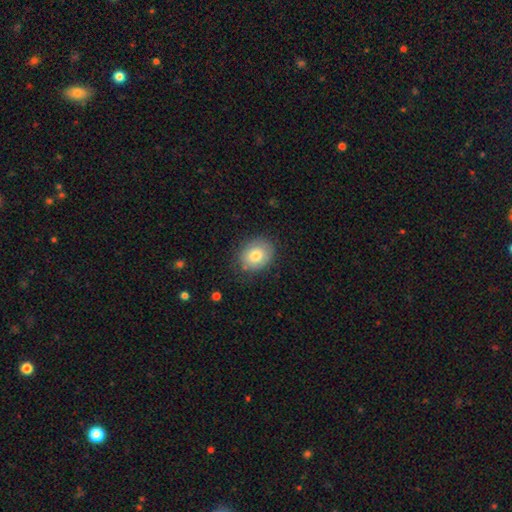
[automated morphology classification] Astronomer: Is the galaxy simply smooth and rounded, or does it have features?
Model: smooth — 77%.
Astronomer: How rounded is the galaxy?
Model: in between — 55% (runner-up: round, 44%).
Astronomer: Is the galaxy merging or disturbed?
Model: none — 78%.